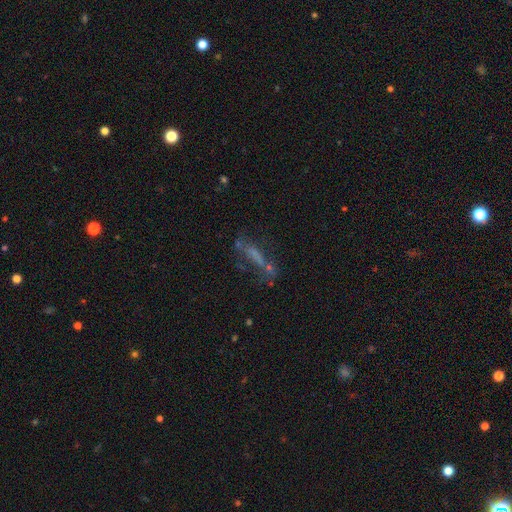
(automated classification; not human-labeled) featured or disk 40%, smooth 38%, star or artifact 22%. Down the decision tree: merging — none (43%).